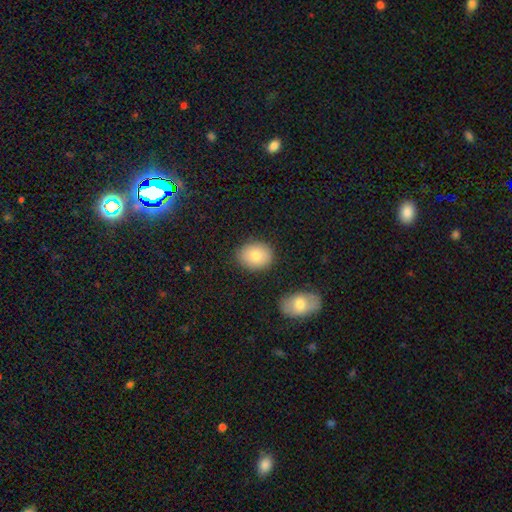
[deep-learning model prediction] This appears to be a smooth galaxy with no disk features (81%) that is in between round and cigar-shaped (55%). Merging: none (84%).